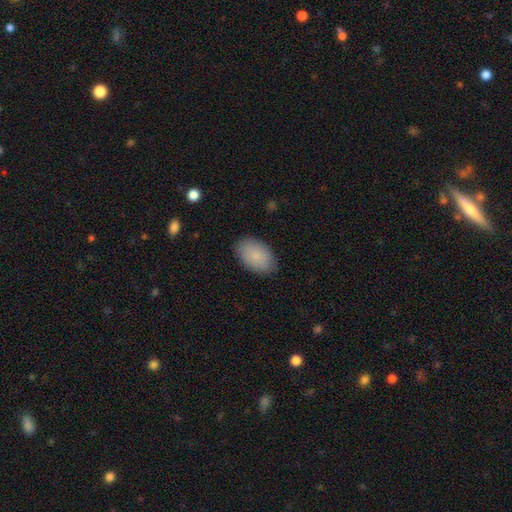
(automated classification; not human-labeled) smooth_or_featured: smooth (p=0.85) [alt: featured or disk p=0.08]
how_rounded: in between (p=0.92) [alt: round p=0.07]
merging: none (p=0.85) [alt: minor disturbance p=0.11]